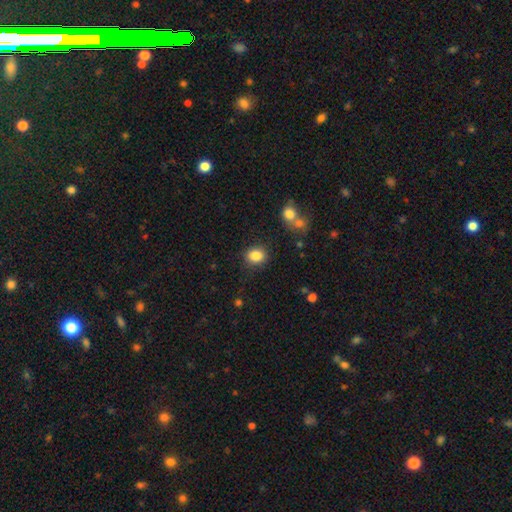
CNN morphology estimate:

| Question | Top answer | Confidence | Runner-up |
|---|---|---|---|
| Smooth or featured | smooth | 85% | star or artifact (10%) |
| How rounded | round | 63% | in between (36%) |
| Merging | none | 83% | minor disturbance (10%) |